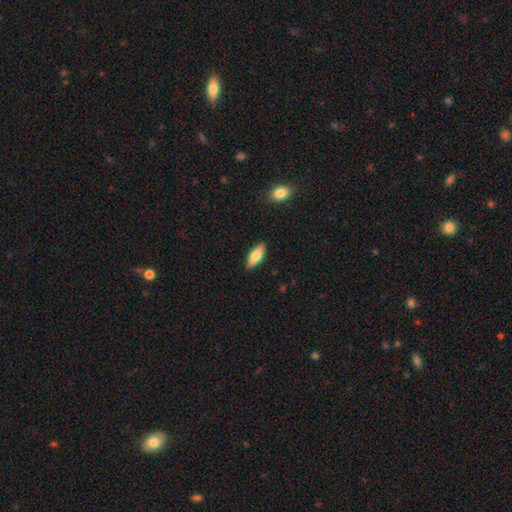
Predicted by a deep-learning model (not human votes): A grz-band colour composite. It shows a smooth galaxy with no disk features (79%) that is in between round and cigar-shaped (72%). Merging: none (87%).